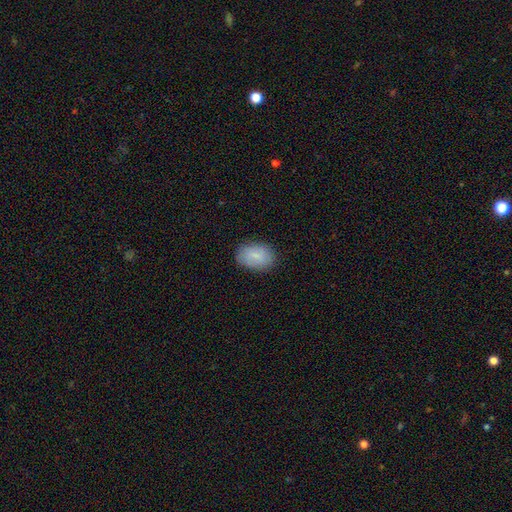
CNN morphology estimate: type=smooth (78%); roundness=in between (85%); merging=none (82%).